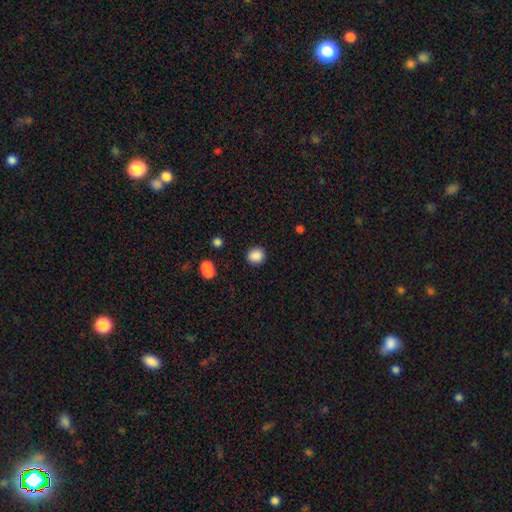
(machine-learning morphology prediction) Smooth or featured? smooth (87%)
How rounded? round (80%)
Merging? none (86%)